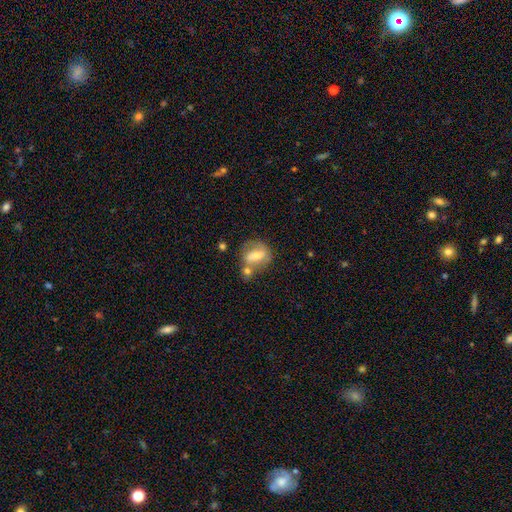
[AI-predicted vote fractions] Smooth or featured? Predicted: featured or disk (p=0.47). Merging? Predicted: none (p=0.39).